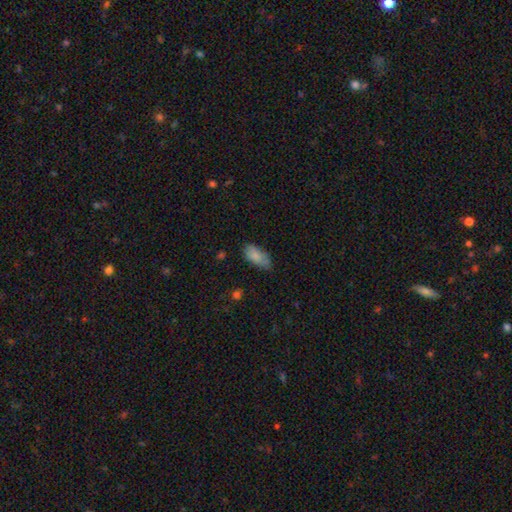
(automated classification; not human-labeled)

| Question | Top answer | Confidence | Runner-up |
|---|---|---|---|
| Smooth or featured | smooth | 84% | featured or disk (8%) |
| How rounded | in between | 90% | cigar-shaped (7%) |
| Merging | none | 56% | minor disturbance (34%) |